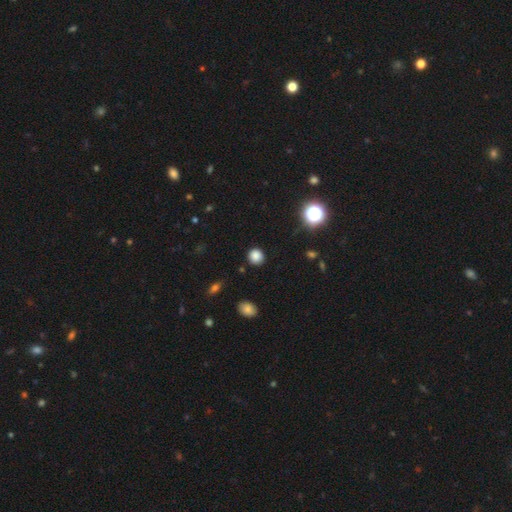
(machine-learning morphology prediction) Smooth or featured: smooth — 83% (star or artifact — 13%)
How rounded: round — 89% (in between — 10%)
Merging: none — 89% (minor disturbance — 7%)